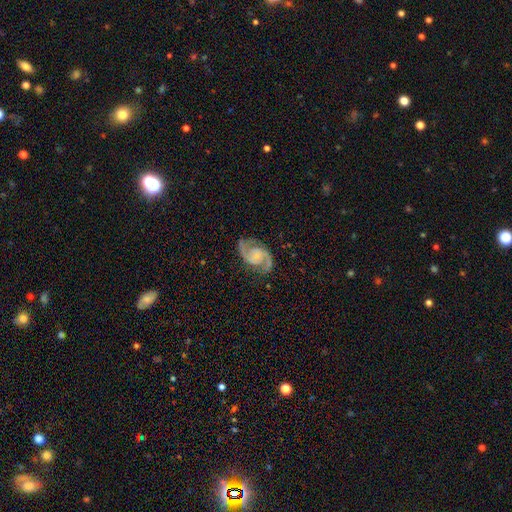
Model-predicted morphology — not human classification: This is clearly a featured or disk galaxy (92%). It is clearly not viewed edge-on (98%). Bar: possibly no (59%). Spiral arm pattern: clearly yes (98%). Spiral arm count: clearly 2 (94%). Spiral winding: likely medium (62%). Central bulge: likely small (62%). Merging: clearly none (81%).